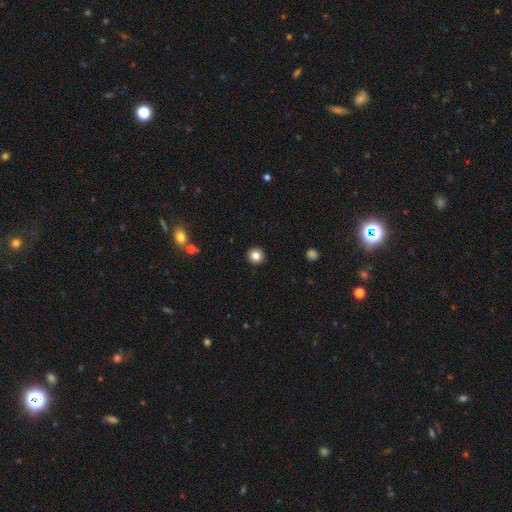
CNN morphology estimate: Smooth or featured? Predicted: smooth (p=0.83). How rounded? Predicted: round (p=0.94). Merging? Predicted: none (p=0.93).